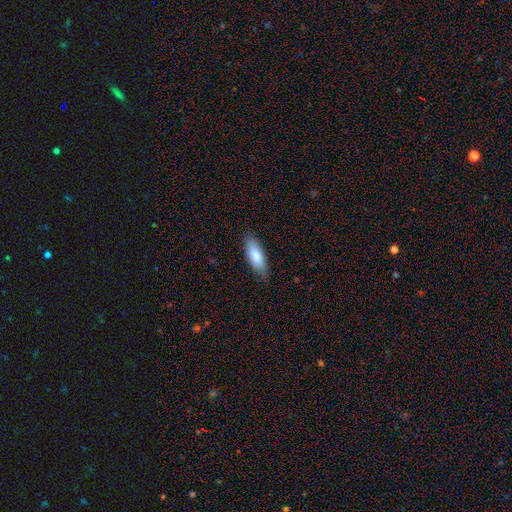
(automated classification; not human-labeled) Morphology: type=smooth (79%); roundness=in between (65%); merging=none (83%).